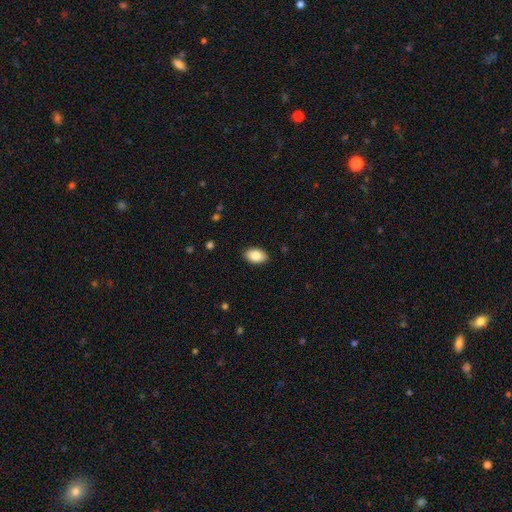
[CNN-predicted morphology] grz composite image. It shows a smooth galaxy with no disk features (86%) that is in between round and cigar-shaped (91%). Merging: none (89%).